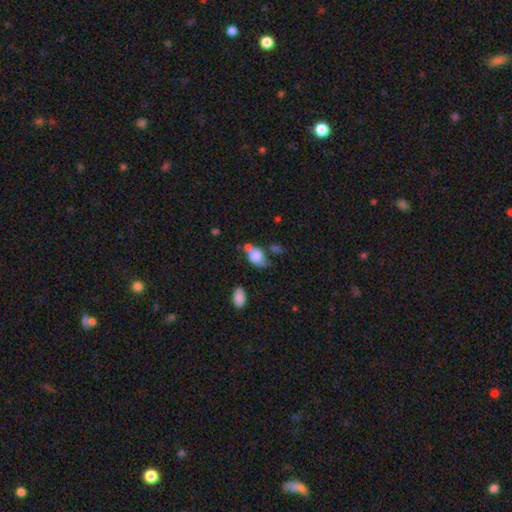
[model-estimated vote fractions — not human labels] Morphology: type=smooth (71%); roundness=in between (75%); merging=none (29%).